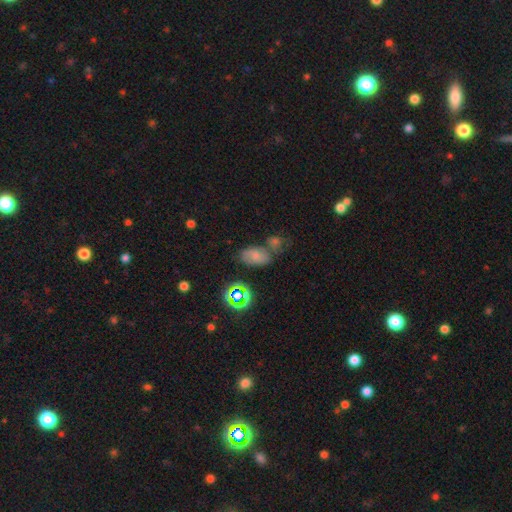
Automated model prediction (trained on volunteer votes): This is possibly a smooth galaxy (56%). How rounded: clearly in between (86%). Merging: possibly none (50%).